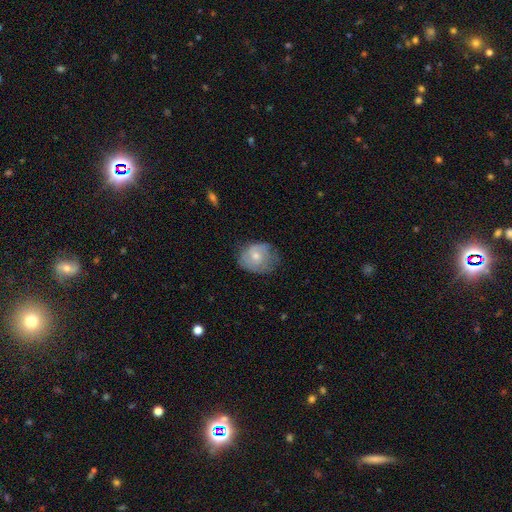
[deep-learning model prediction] A featured or disk galaxy (51%).

Vote fractions:
- Smooth or featured? featured or disk: 51% / smooth: 42% / star or artifact: 7%
- Edge-on disk? no: 97% / yes: 3%
- Merging? none: 58% / minor disturbance: 29% / major disturbance: 11% / merger: 1%